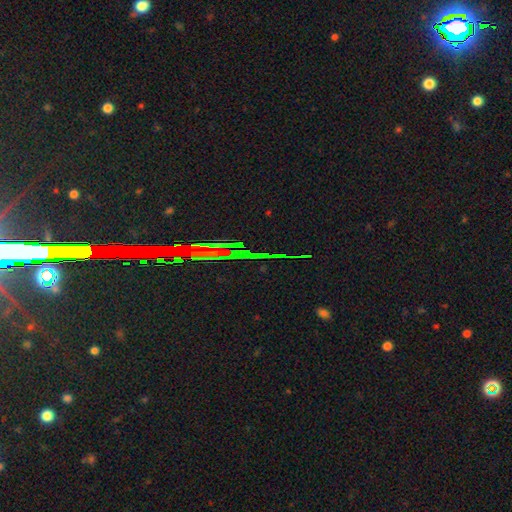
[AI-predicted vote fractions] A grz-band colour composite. It shows a star or artifact, not a galaxy (79%).